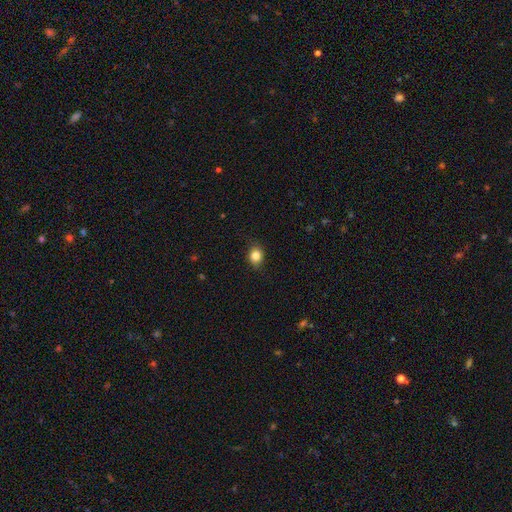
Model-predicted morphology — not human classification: type=smooth (84%); roundness=round (58%); merging=none (84%).